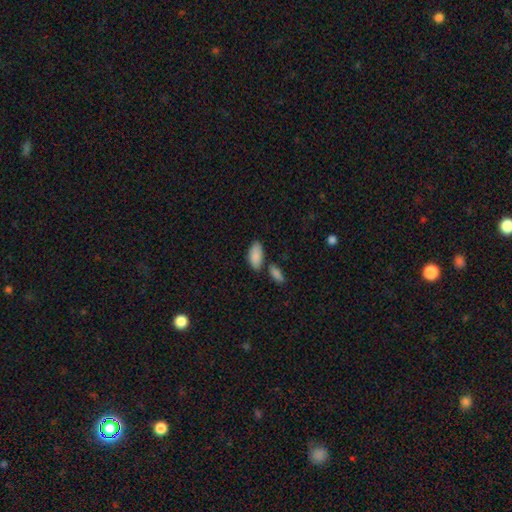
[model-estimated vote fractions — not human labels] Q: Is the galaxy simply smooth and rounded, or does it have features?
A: smooth — 88%.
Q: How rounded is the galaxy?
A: in between — 92%.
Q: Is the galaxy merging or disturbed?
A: none — 67%.